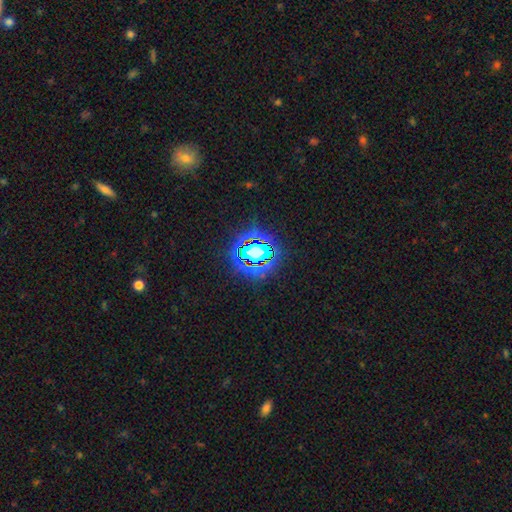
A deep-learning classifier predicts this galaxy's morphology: smooth-or-featured: star or artifact: 80% | smooth: 13% | featured or disk: 8%